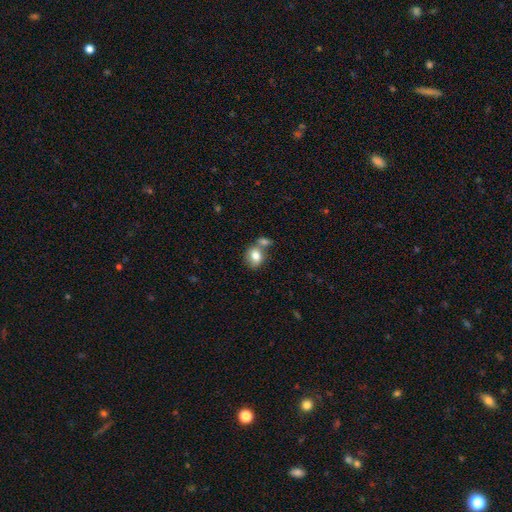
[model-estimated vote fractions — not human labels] Overall: smooth (80%). How rounded: in between (54%; round 45%). Merging: none (42%; merger 41%).